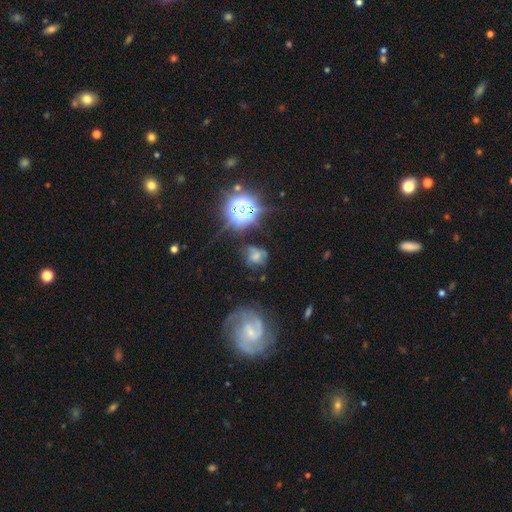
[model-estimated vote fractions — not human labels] smooth-or-featured: smooth: 36% (tied) | star or artifact: 36% (tied) | featured or disk: 28%
  merging: none: 49% | minor disturbance: 22% | major disturbance: 20% | merger: 9%